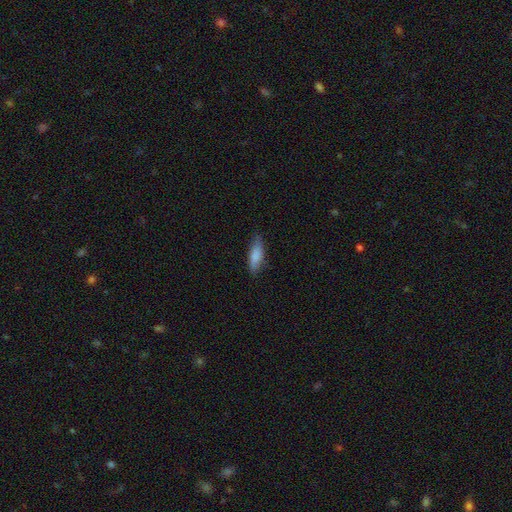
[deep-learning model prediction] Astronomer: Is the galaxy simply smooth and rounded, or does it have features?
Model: smooth — 84%.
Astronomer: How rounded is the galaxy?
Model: in between — 58% (runner-up: cigar-shaped, 40%).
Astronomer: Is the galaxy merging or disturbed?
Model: none — 79%.